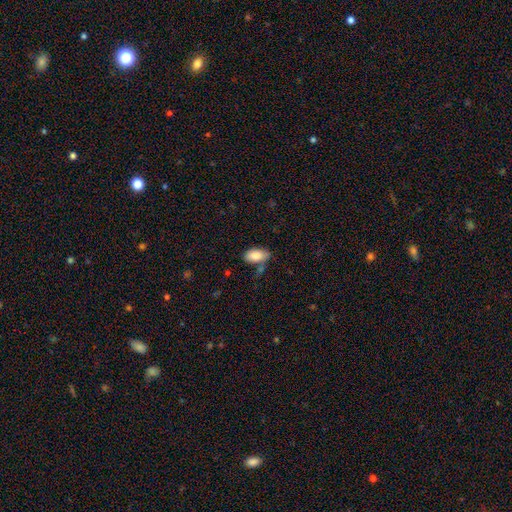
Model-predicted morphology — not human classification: Smooth or featured?
  - smooth: 85% *
  - featured or disk: 8%
  - star or artifact: 7%
How rounded?
  - in between: 94% *
  - round: 3%
  - cigar-shaped: 3%
Merging?
  - none: 65% *
  - minor disturbance: 20%
  - merger: 9%
  - major disturbance: 5%